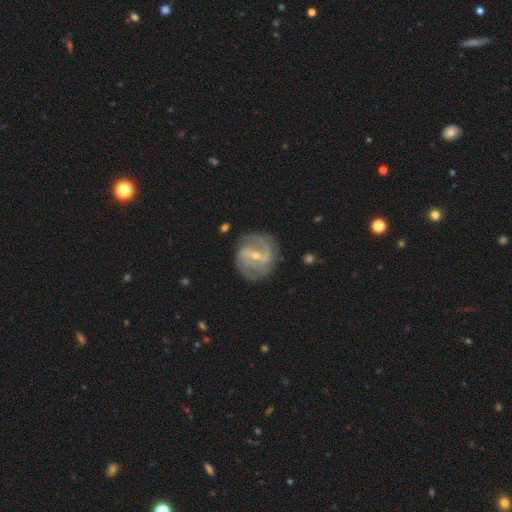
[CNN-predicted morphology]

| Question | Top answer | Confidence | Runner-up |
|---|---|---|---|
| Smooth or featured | featured or disk | 89% | smooth (6%) |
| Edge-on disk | no | 97% | yes (3%) |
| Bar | strong | 49% | weak (39%) |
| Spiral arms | yes | 96% | no (4%) |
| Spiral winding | medium | 50% | tight (33%) |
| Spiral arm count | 2 | 72% | 3 (12%) |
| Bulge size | small | 63% | moderate (34%) |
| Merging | none | 79% | minor disturbance (15%) |